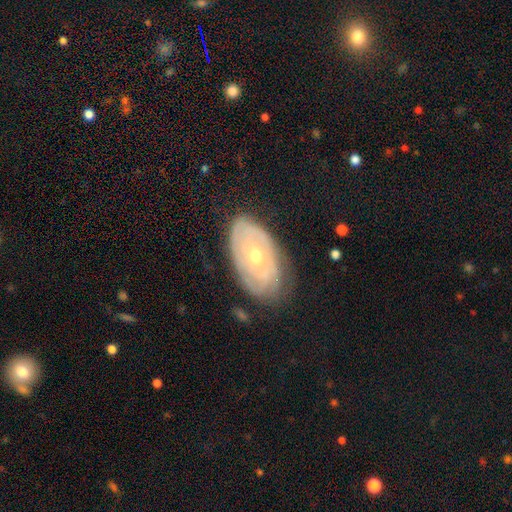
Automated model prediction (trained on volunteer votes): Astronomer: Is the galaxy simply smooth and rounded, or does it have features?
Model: featured or disk — 77%.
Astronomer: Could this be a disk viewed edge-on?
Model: no — 93%.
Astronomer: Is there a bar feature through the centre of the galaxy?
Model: no — 77%.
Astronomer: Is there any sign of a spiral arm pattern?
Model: yes — 79%.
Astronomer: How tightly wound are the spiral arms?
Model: tight — 80%.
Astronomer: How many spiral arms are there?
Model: can't tell — 57%.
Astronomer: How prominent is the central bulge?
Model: moderate — 55% (runner-up: small, 42%).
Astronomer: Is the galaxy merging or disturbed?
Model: none — 75%.